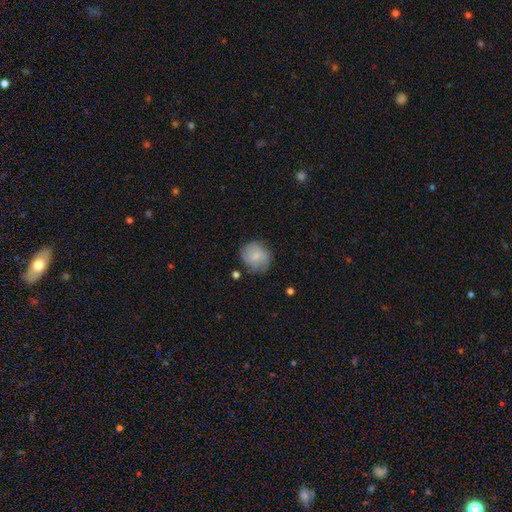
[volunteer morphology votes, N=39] Smooth or featured: smooth — 77% (featured or disk — 18%)
How rounded: round — 90% (in between — 10%)
Merging: none — 81% (minor disturbance — 16%)